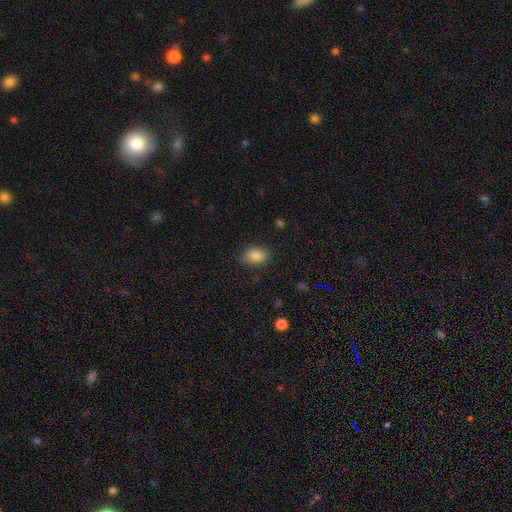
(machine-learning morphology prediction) Q: Smooth or featured?
A: smooth (86%); runner-up: star or artifact (9%)
Q: How rounded?
A: in between (75%); runner-up: round (24%)
Q: Merging?
A: none (79%); runner-up: minor disturbance (16%)